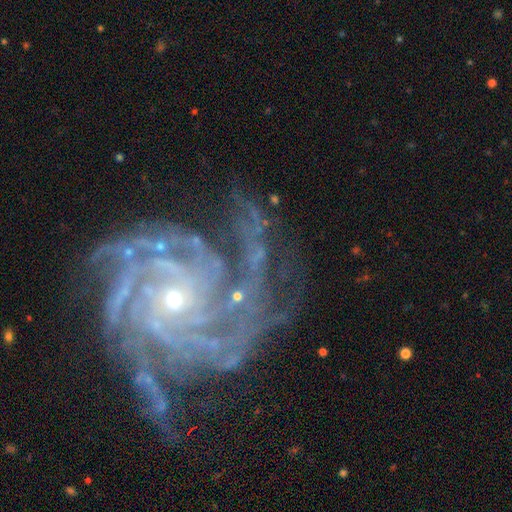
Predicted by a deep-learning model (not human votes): Smooth or featured?
  - featured or disk: 88% *
  - star or artifact: 8%
  - smooth: 4%
Edge-on disk?
  - no: 98% *
  - yes: 2%
Bar?
  - no: 68% *
  - weak: 21%
  - strong: 11%
Spiral arms?
  - yes: 98% *
  - no: 2%
Spiral winding?
  - tight: 68% *
  - medium: 27%
  - loose: 5%
Spiral arm count?
  - more than 4: 31% *
  - 4: 22%
  - can't tell: 16%
  - 3: 13%
  - 2: 10%
  - 1: 8%
Bulge size?
  - small: 69% *
  - moderate: 27%
  - large: 2%
  - none: 1%
  - dominant: 1%
Merging?
  - none: 65% *
  - minor disturbance: 18%
  - major disturbance: 15%
  - merger: 2%